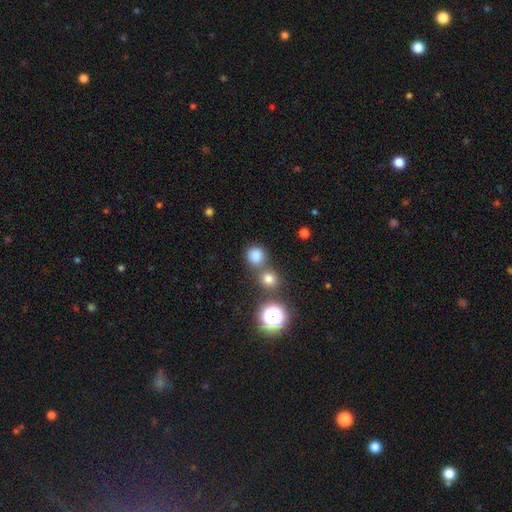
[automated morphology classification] Smooth or featured?
  - smooth: 78% *
  - star or artifact: 16%
  - featured or disk: 5%
How rounded?
  - round: 88% *
  - in between: 11%
  - cigar-shaped: 1%
Merging?
  - none: 64% *
  - merger: 24%
  - minor disturbance: 9%
  - major disturbance: 4%